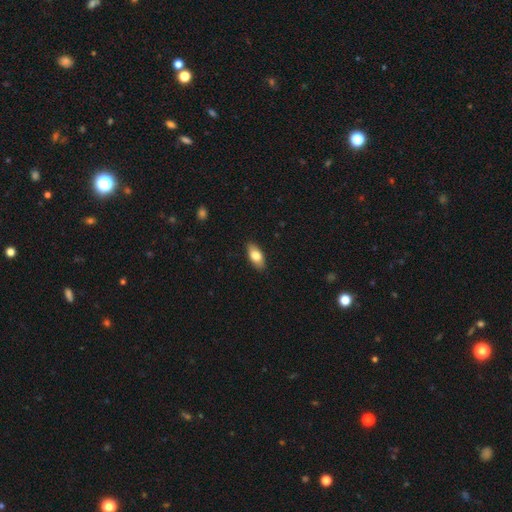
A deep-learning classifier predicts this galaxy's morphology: smooth_or_featured: smooth (p=0.78) [alt: featured or disk p=0.16]
how_rounded: in between (p=0.87) [alt: cigar-shaped p=0.10]
merging: none (p=0.89) [alt: minor disturbance p=0.09]